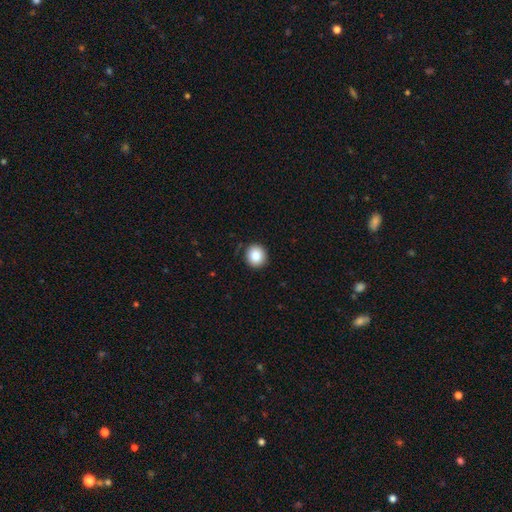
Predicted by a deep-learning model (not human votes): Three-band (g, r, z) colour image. It shows a smooth galaxy with no disk features (85%) that is round (91%). Merging: none (90%).